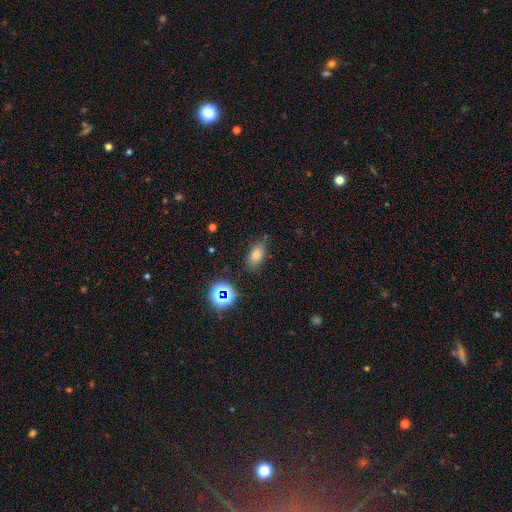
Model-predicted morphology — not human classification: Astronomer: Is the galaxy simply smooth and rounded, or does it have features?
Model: smooth — 73%.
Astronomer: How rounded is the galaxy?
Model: in between — 84%.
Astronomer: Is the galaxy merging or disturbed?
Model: none — 76%.